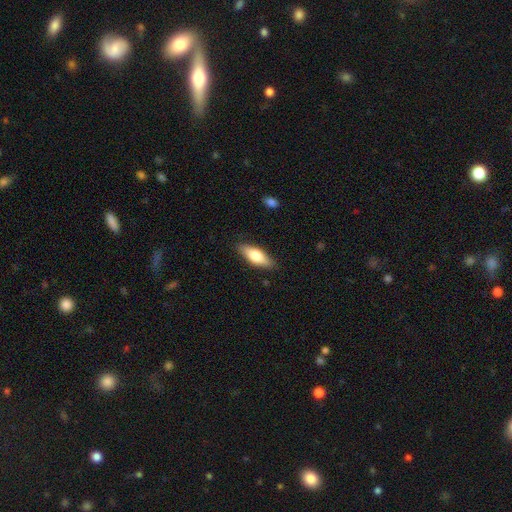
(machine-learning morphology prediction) This is likely a smooth galaxy (70%). How rounded: likely in between (68%). Merging: clearly none (86%).